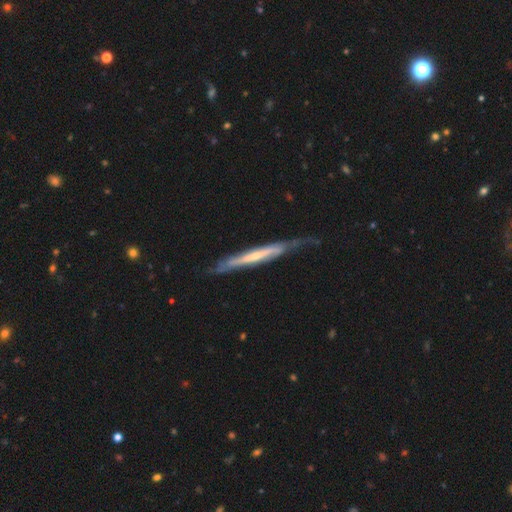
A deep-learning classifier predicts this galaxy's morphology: Q: Smooth or featured?
A: featured or disk (66%); runner-up: smooth (26%)
Q: Edge-on disk?
A: yes (90%); runner-up: no (10%)
Q: Edge-on bulge?
A: none (57%); runner-up: rounded (36%)
Q: Merging?
A: none (71%); runner-up: minor disturbance (22%)